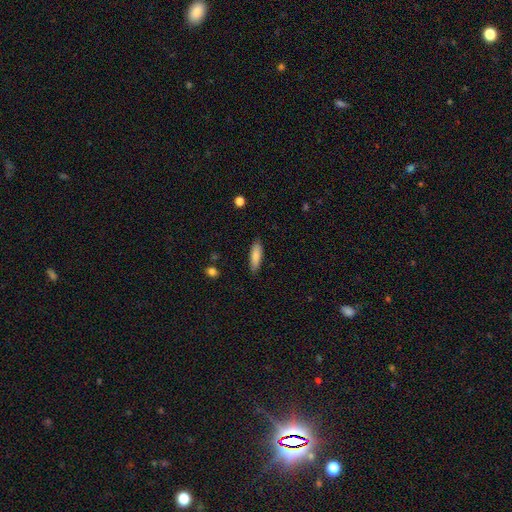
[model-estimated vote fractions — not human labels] smooth 84%, featured or disk 10%, star or artifact 6%. Down the decision tree: how rounded — cigar-shaped (54%); merging — none (85%).